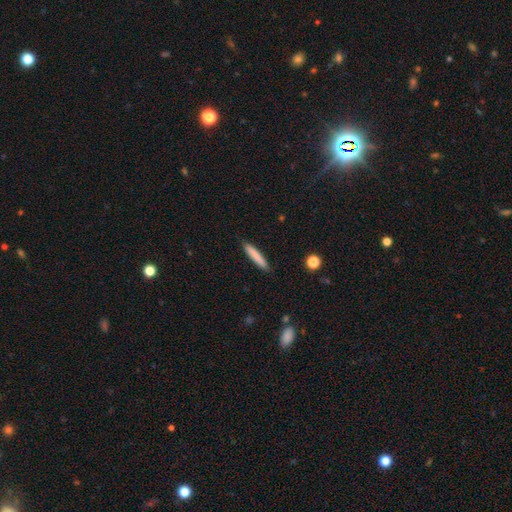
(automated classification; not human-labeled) Smooth or featured?
  - smooth: 81% *
  - featured or disk: 12%
  - star or artifact: 6%
How rounded?
  - cigar-shaped: 92% *
  - in between: 7%
  - round: 1%
Merging?
  - none: 88% *
  - minor disturbance: 9%
  - major disturbance: 2%
  - merger: 1%